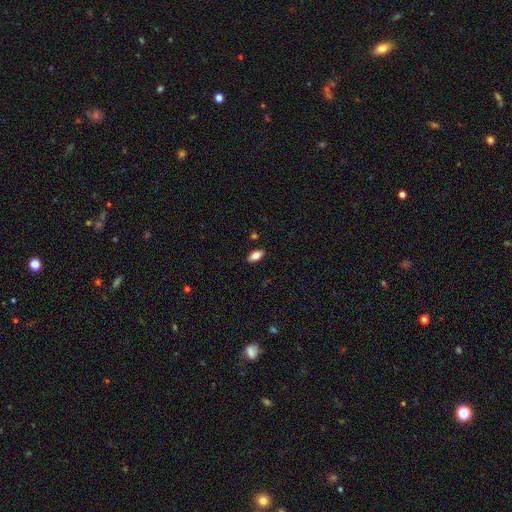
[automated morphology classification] This is likely a smooth galaxy (79%). How rounded: clearly in between (90%). Merging: clearly none (88%).